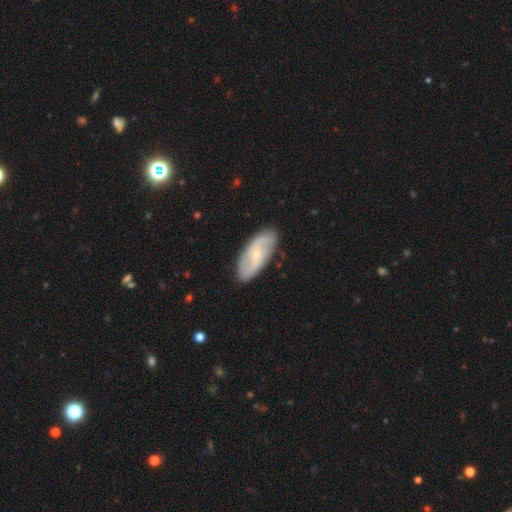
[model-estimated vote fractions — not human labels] This appears to be a featured or disk galaxy (63%) with no bar (50%), spiral arms (82%) and a small central bulge (77%). Merging: none (83%).